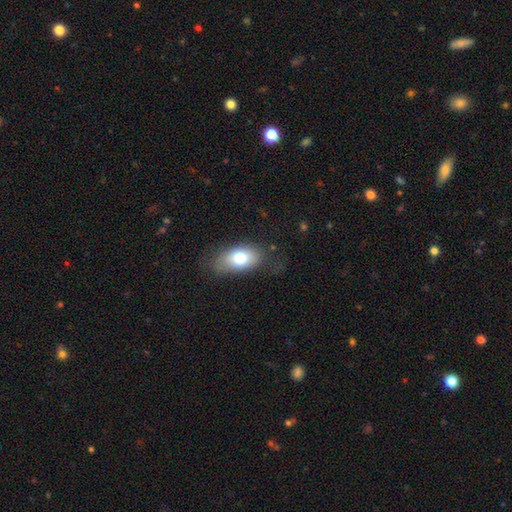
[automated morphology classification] The model was most divided on "merging": none: 70%, minor disturbance: 21%, major disturbance: 7%, merger: 1%. More confident: how rounded — in between (89%); smooth or featured — smooth (73%).